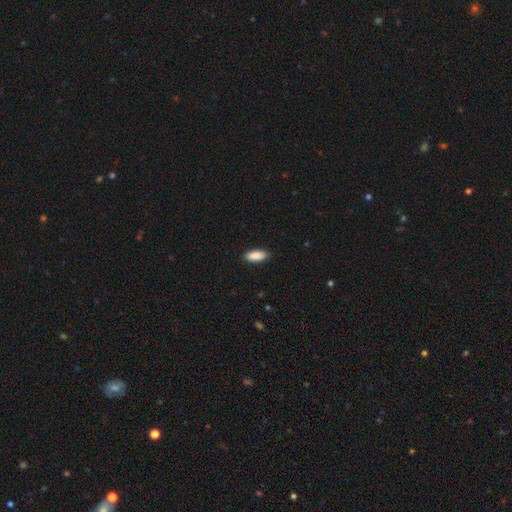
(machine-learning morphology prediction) This is clearly a smooth galaxy (89%). How rounded: likely in between (76%). Merging: clearly none (88%).